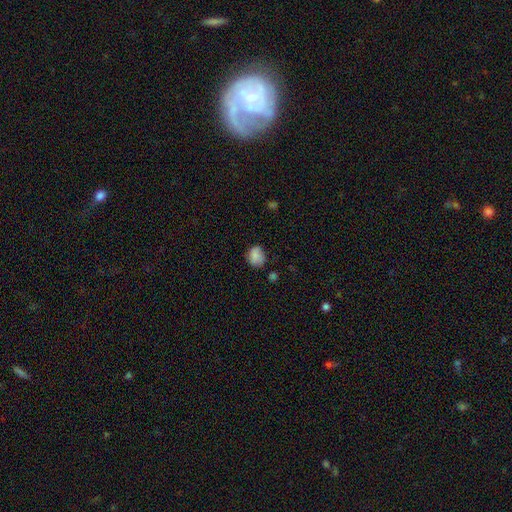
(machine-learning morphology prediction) Smooth or featured? Predicted: smooth (p=0.84). How rounded? Predicted: round (p=0.58). Merging? Predicted: none (p=0.68).